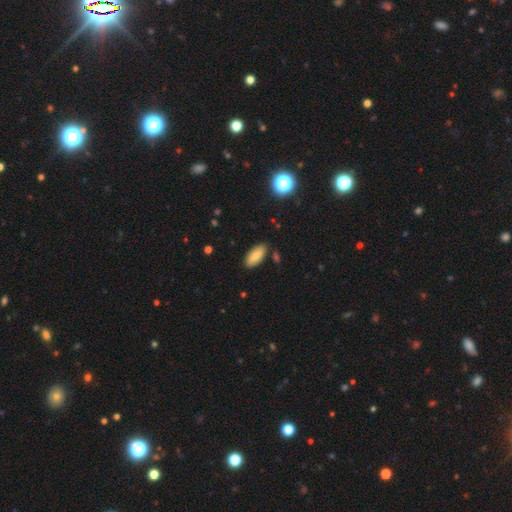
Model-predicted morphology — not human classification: A smooth galaxy with no disk features (80%) that is in between round and cigar-shaped (86%). Merging: none (84%).